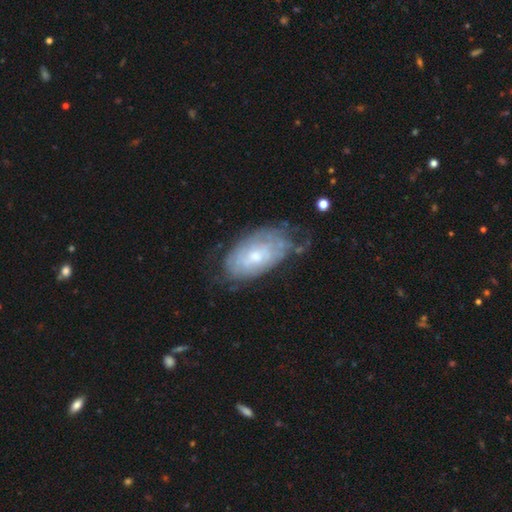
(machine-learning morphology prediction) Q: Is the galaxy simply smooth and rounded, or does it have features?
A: featured or disk — 64%.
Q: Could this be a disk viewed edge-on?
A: no — 93%.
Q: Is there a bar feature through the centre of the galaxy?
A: no — 73%.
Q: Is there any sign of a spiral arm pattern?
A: yes — 69%.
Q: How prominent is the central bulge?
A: moderate — 48%.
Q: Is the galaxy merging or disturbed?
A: none — 56%.